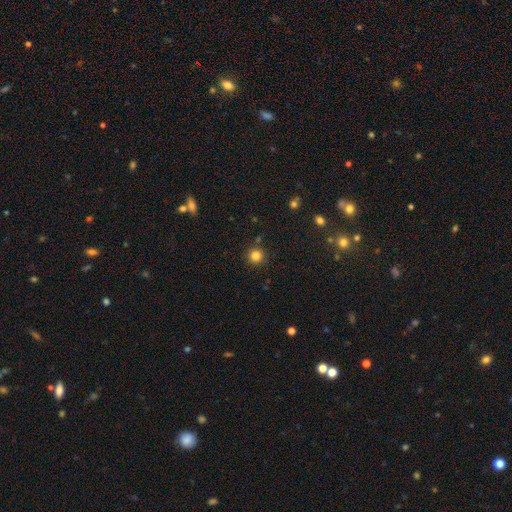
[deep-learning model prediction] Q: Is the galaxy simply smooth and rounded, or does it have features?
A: smooth — 82%.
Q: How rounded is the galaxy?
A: round — 95%.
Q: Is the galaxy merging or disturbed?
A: none — 89%.